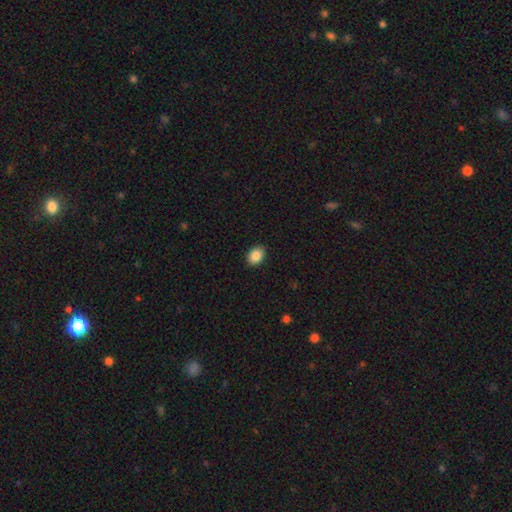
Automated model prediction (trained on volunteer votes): smooth 87%, star or artifact 8%, featured or disk 5%. Down the decision tree: how rounded — in between (72%); merging — none (90%).